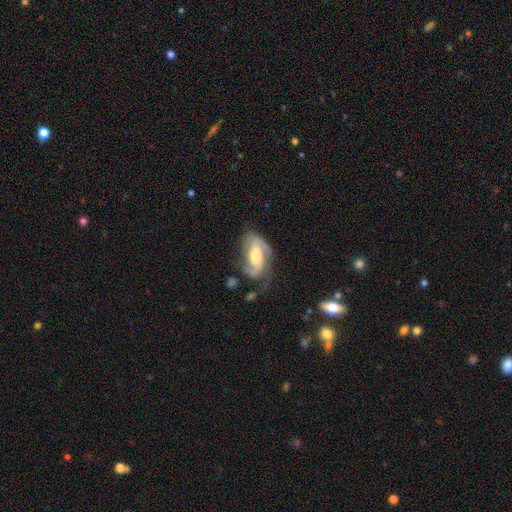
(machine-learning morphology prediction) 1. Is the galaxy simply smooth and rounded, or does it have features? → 80% featured or disk, 15% smooth, 6% star or artifact.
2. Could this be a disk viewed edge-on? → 96% no, 4% yes.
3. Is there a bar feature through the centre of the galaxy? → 39% weak, 37% no, 24% strong.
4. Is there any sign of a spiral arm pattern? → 94% yes, 6% no.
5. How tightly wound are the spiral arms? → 46% medium, 38% tight, 16% loose.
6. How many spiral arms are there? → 76% 2, 9% can't tell, 7% 1, 5% 3, 1% 4, 1% more than 4.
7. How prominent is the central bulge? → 45% moderate, 27% small, 19% large, 6% none, 3% dominant.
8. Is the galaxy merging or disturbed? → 55% none, 24% minor disturbance, 18% major disturbance, 3% merger.